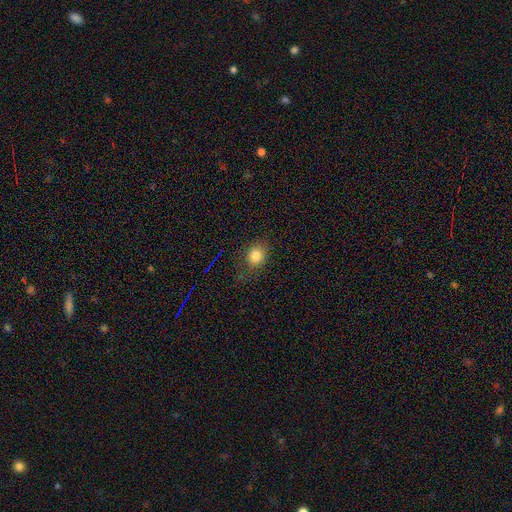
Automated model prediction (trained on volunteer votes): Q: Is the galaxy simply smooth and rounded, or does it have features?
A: smooth — 81%.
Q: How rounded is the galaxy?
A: round — 58%.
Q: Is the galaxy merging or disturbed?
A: none — 73%.